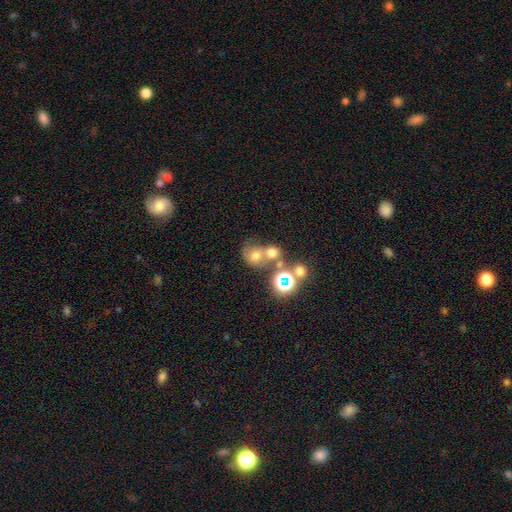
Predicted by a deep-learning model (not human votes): Smooth or featured: smooth — 59% (star or artifact — 22%)
How rounded: round — 71% (in between — 28%)
Merging: merger — 47% (none — 36%)